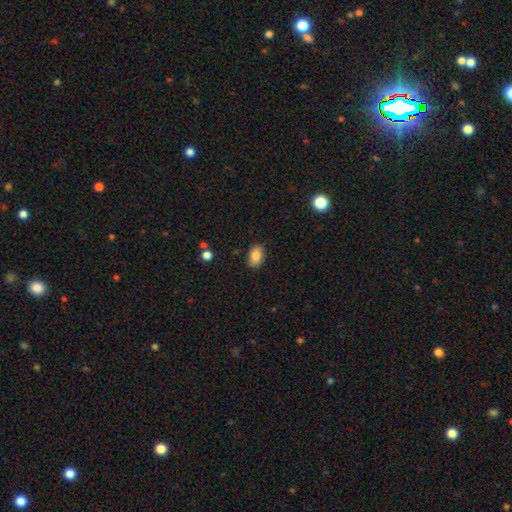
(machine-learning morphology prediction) Q: Smooth or featured?
A: smooth (85%); runner-up: star or artifact (8%)
Q: How rounded?
A: in between (82%); runner-up: round (17%)
Q: Merging?
A: none (85%); runner-up: minor disturbance (12%)